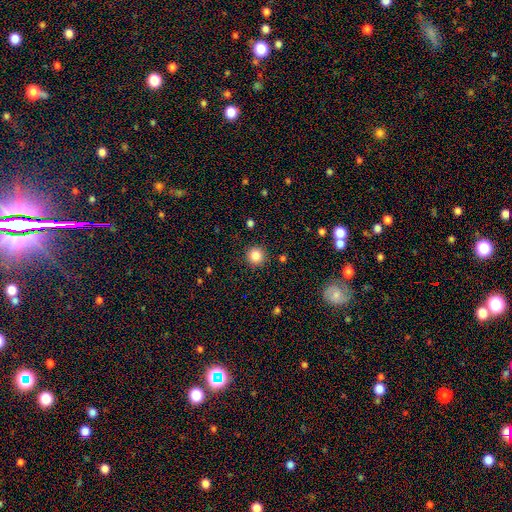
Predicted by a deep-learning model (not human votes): Smooth or featured? Predicted: smooth (p=0.84). How rounded? Predicted: round (p=0.94). Merging? Predicted: none (p=0.91).